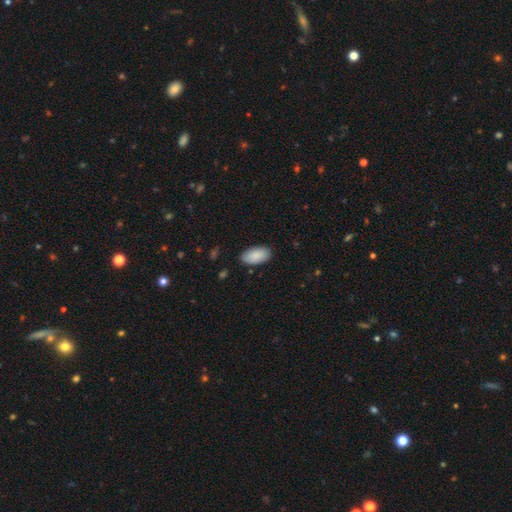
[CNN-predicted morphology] smooth-or-featured: smooth: 88% | featured or disk: 6% | star or artifact: 6%
  how-rounded: in between: 95% | cigar-shaped: 3% | round: 2%
  merging: none: 85% | minor disturbance: 12% | major disturbance: 2% | merger: 1%